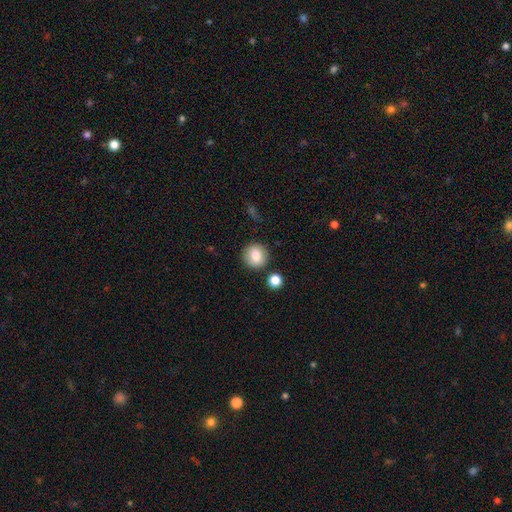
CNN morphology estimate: This is clearly a smooth galaxy (83%). How rounded: clearly round (88%). Merging: clearly none (85%).